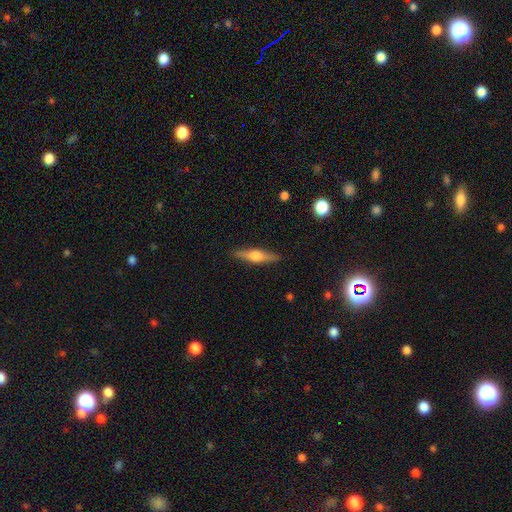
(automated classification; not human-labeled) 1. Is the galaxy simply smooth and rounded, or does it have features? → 58% featured or disk, 36% smooth, 6% star or artifact.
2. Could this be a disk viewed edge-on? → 96% yes, 4% no.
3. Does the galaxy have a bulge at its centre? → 93% rounded, 4% boxy, 3% none.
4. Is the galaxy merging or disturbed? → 89% none, 8% minor disturbance, 2% major disturbance, 1% merger.